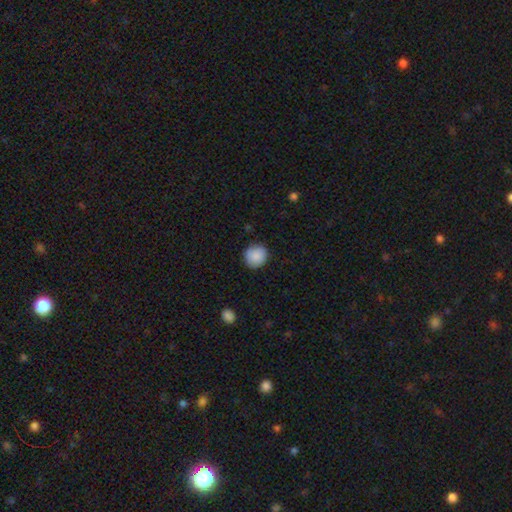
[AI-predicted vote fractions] Q: Smooth or featured?
A: smooth (89%); runner-up: star or artifact (8%)
Q: How rounded?
A: round (89%); runner-up: in between (10%)
Q: Merging?
A: none (88%); runner-up: minor disturbance (9%)